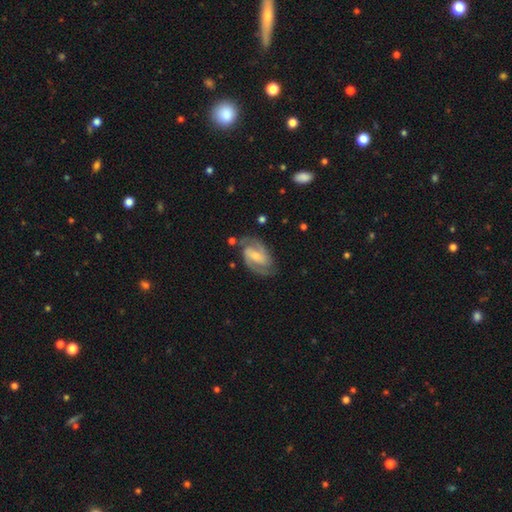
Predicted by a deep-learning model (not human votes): smooth-or-featured: featured or disk: 85% | smooth: 10% | star or artifact: 5%
  disk-edge-on: no: 97% | yes: 3%
    bar: weak: 44% | strong: 37% | no: 20%
    has-spiral-arms: yes: 96% | no: 4%
      spiral-winding: medium: 53% | tight: 35% | loose: 13%
      spiral-arm-count: 2: 91% | can't tell: 4% | 3: 2% | 1: 2% | 4: 1% | more than 4: 1%
    bulge-size: small: 47% | moderate: 40% | none: 7% | large: 5% | dominant: 1%
  merging: none: 76% | minor disturbance: 15% | major disturbance: 6% | merger: 3%